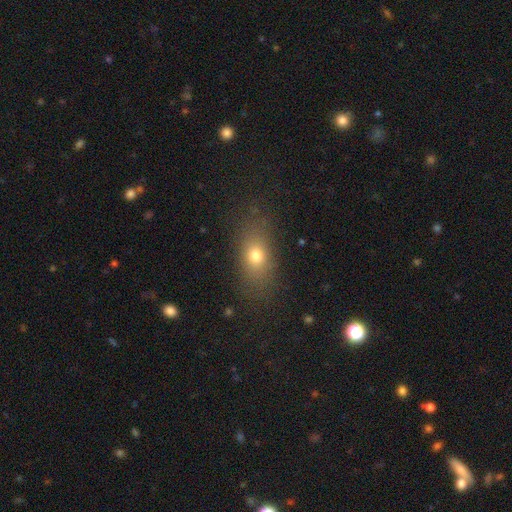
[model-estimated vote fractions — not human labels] This appears to be a smooth galaxy with no disk features (73%) that is in between round and cigar-shaped (72%). Merging: none (81%).